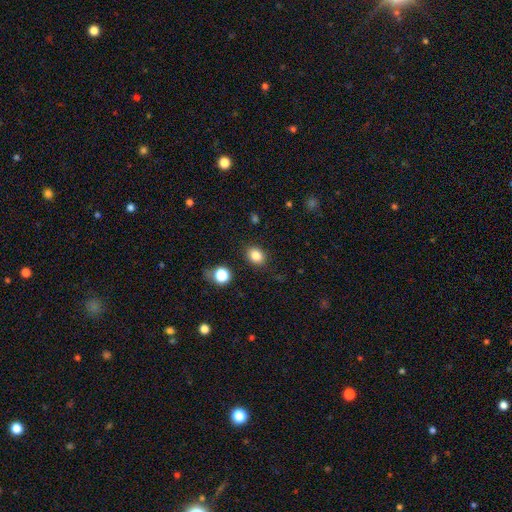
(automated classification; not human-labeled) A smooth galaxy with no disk features (83%) that is in between round and cigar-shaped (55%). Merging: none (86%).